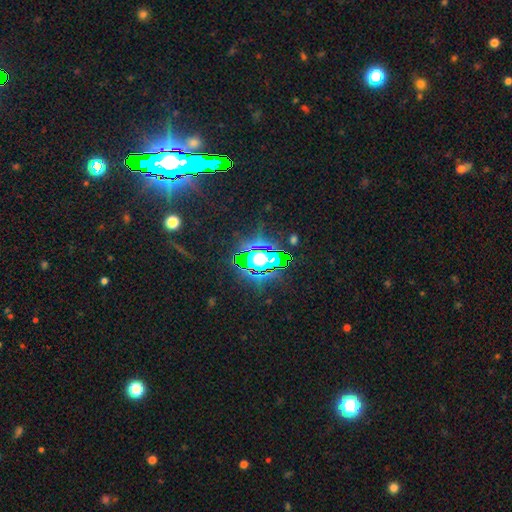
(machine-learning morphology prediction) Smooth or featured: star or artifact — 85% (smooth — 8%)